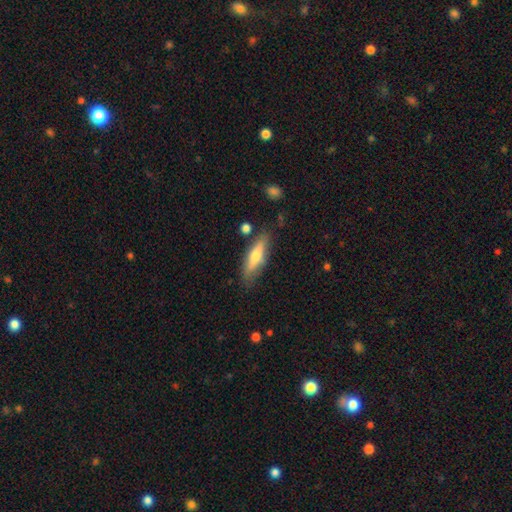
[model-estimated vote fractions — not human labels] Smooth or featured: smooth — 52% (featured or disk — 41%)
How rounded: cigar-shaped — 63% (in between — 35%)
Merging: none — 77% (minor disturbance — 16%)